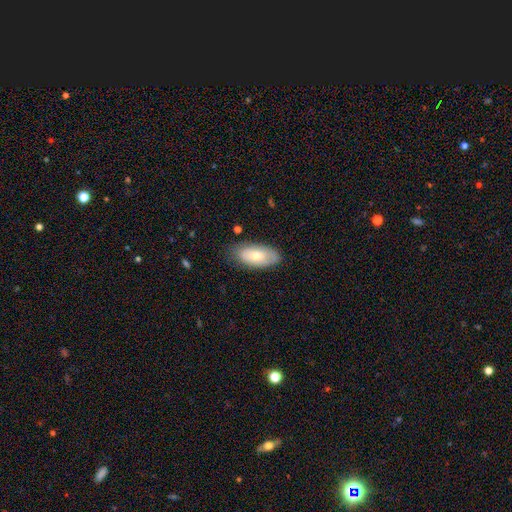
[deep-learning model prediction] smooth_or_featured: smooth (p=0.66) [alt: featured or disk p=0.28]
how_rounded: in between (p=0.91) [alt: cigar-shaped p=0.06]
merging: none (p=0.74) [alt: minor disturbance p=0.20]